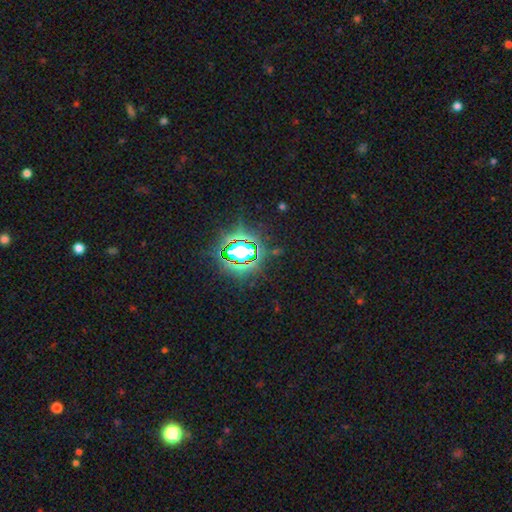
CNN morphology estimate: A star or artifact, not a galaxy (81%).

Vote fractions:
- Smooth or featured? star or artifact: 81% / smooth: 12% / featured or disk: 7%